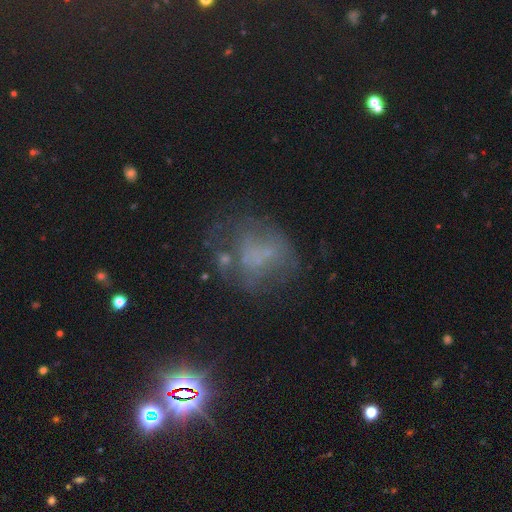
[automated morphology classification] Smooth or featured?
  - featured or disk: 40% *
  - smooth: 31%
  - star or artifact: 29%
Merging?
  - none: 48% *
  - major disturbance: 25%
  - minor disturbance: 20%
  - merger: 6%